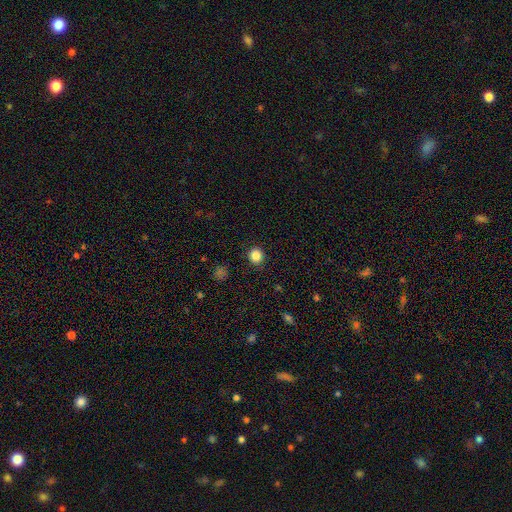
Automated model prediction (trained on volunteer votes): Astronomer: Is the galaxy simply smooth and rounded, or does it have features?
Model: smooth — 85%.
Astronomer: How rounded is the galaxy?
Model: round — 89%.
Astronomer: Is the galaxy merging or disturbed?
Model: none — 91%.